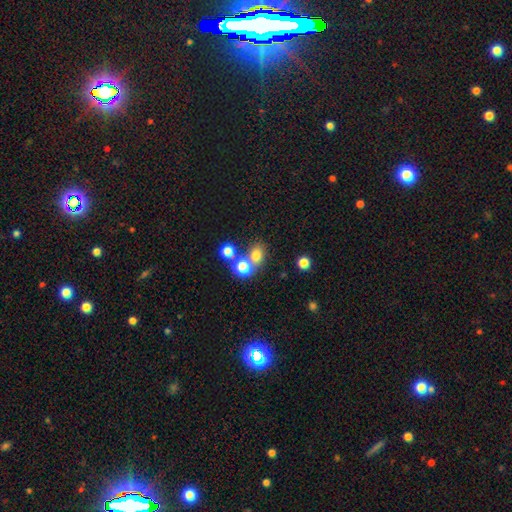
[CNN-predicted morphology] Smooth or featured? Predicted: smooth (p=0.72). How rounded? Predicted: round (p=0.63). Merging? Predicted: none (p=0.52).